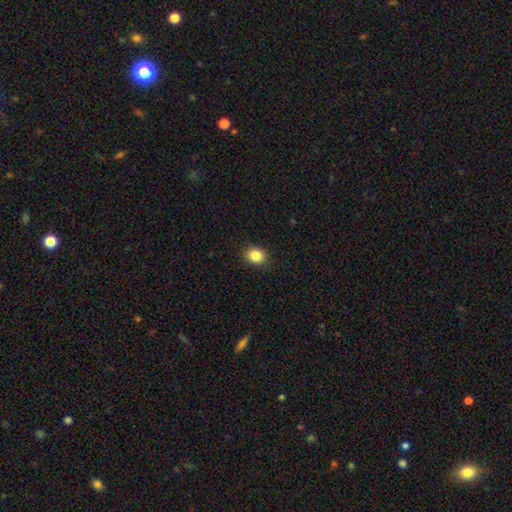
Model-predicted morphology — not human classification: Overall: smooth (85%). How rounded: round (66%; in between 33%). Merging: none (90%).